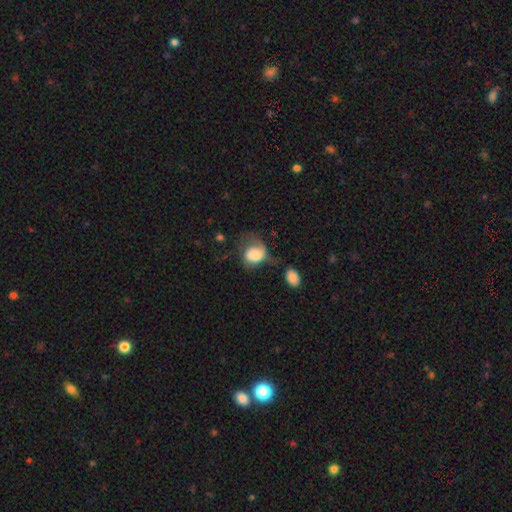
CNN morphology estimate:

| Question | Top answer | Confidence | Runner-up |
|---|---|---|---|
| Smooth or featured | smooth | 61% | featured or disk (31%) |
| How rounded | in between | 53% | round (46%) |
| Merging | major disturbance | 40% | none (26%) |